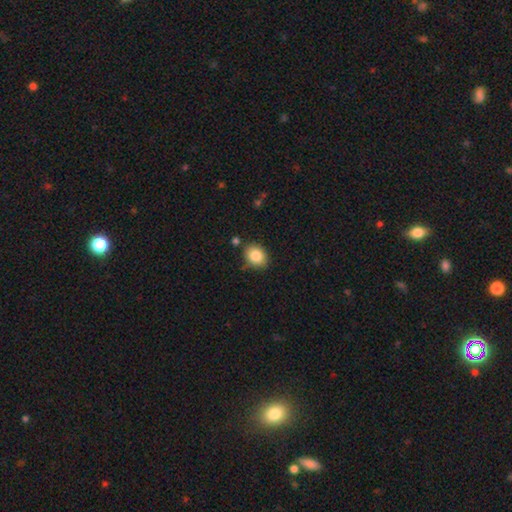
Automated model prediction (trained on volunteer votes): smooth_or_featured: smooth (p=0.84) [alt: star or artifact p=0.09]
how_rounded: in between (p=0.54) [alt: round p=0.45]
merging: none (p=0.80) [alt: minor disturbance p=0.14]